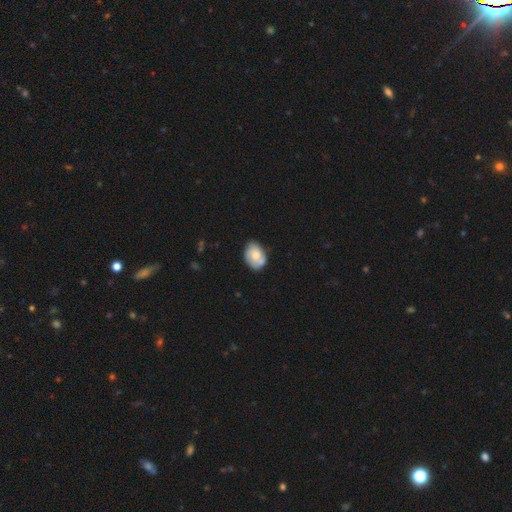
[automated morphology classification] smooth 62%, featured or disk 31%, star or artifact 7%. Down the decision tree: how rounded — in between (74%); merging — none (62%).